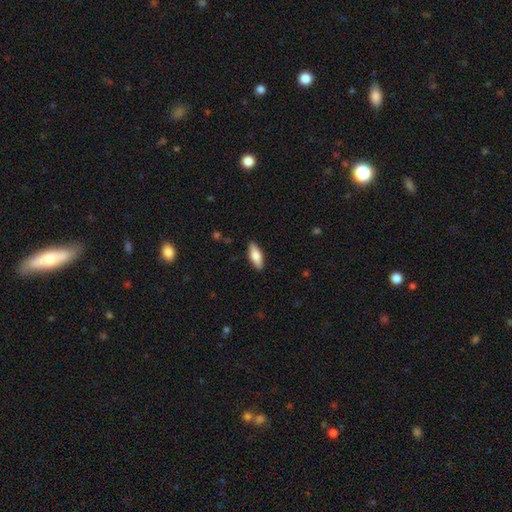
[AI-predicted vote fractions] smooth-or-featured: smooth: 73% | featured or disk: 21% | star or artifact: 6%
  how-rounded: in between: 68% | cigar-shaped: 29% | round: 2%
  merging: none: 88% | minor disturbance: 9% | major disturbance: 2% | merger: 1%